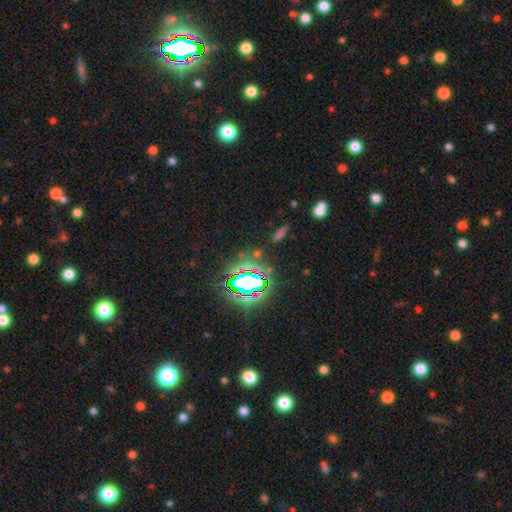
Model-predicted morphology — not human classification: A star or artifact, not a galaxy (71%).